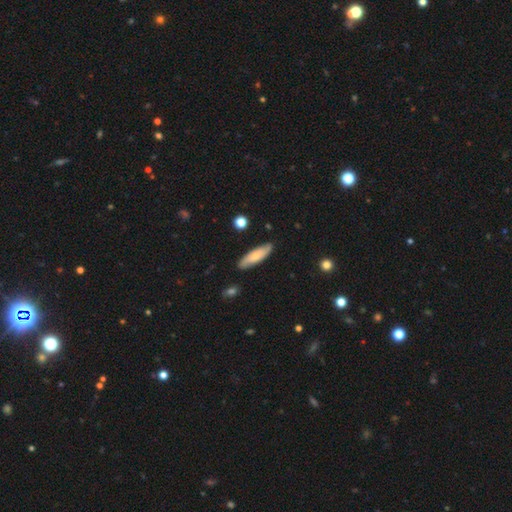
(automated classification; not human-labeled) Overall: smooth (70%). How rounded: cigar-shaped (56%; in between 42%). Merging: none (86%).